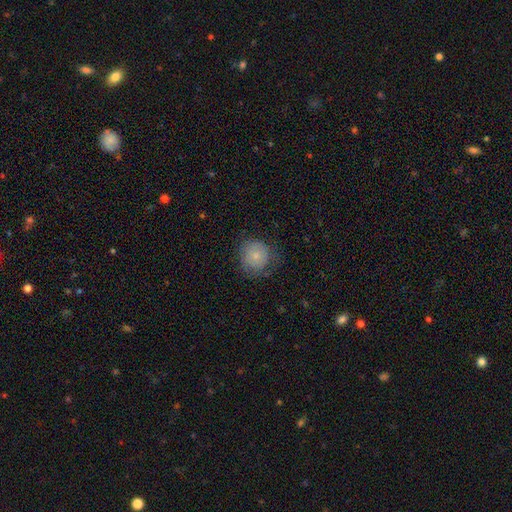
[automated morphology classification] Smooth or featured: smooth — 77% (featured or disk — 15%)
How rounded: round — 90% (in between — 9%)
Merging: none — 67% (minor disturbance — 22%)